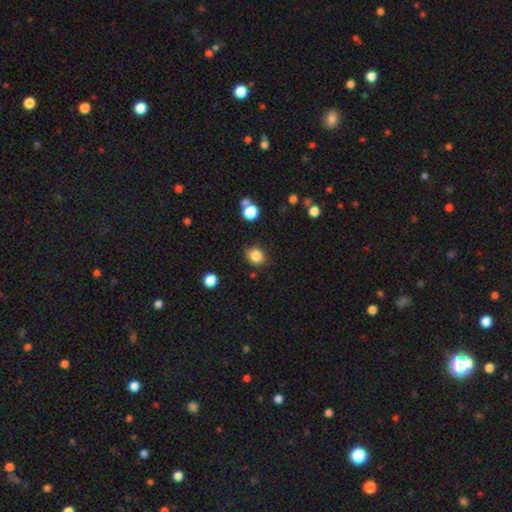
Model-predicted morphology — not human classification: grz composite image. It shows a smooth galaxy with no disk features (84%) that is round (66%). Merging: none (83%).